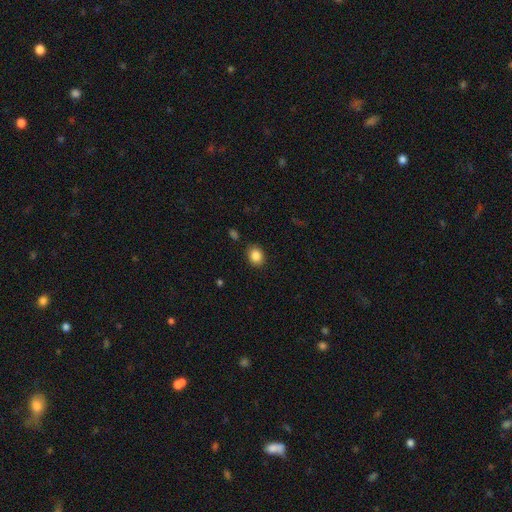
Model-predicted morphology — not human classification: Smooth or featured?
  - smooth: 86% *
  - star or artifact: 10%
  - featured or disk: 5%
How rounded?
  - round: 54% *
  - in between: 45%
  - cigar-shaped: 1%
Merging?
  - none: 85% *
  - minor disturbance: 10%
  - major disturbance: 3%
  - merger: 2%